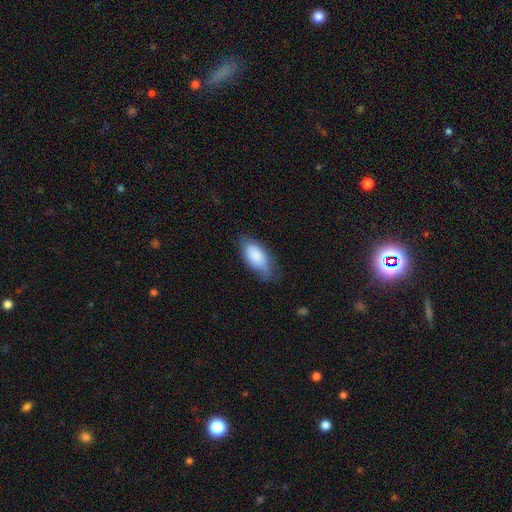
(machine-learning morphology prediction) smooth_or_featured: smooth (p=0.81) [alt: featured or disk p=0.12]
how_rounded: in between (p=0.91) [alt: cigar-shaped p=0.07]
merging: none (p=0.60) [alt: minor disturbance p=0.30]